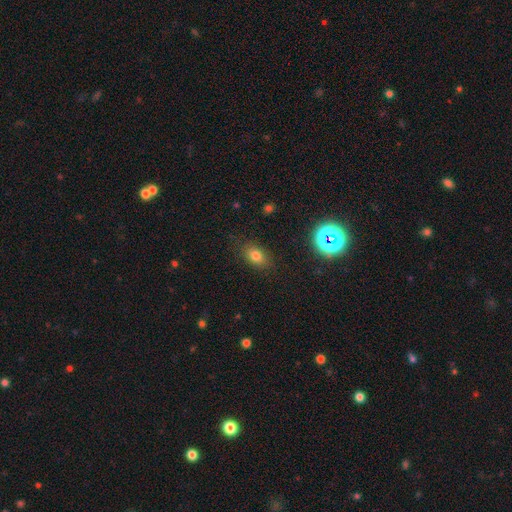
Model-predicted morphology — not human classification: Smooth or featured?
  - smooth: 76% *
  - star or artifact: 16%
  - featured or disk: 9%
How rounded?
  - in between: 78% *
  - round: 20%
  - cigar-shaped: 2%
Merging?
  - none: 83% *
  - minor disturbance: 12%
  - major disturbance: 4%
  - merger: 1%